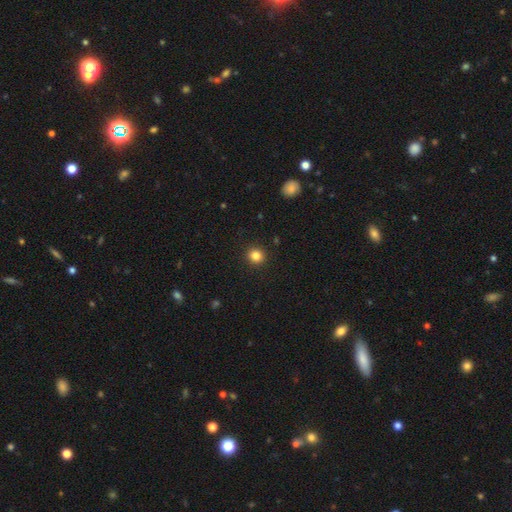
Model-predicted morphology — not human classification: A smooth galaxy with no disk features (84%) that is round (91%).

Vote fractions:
- Smooth or featured? smooth: 84% / star or artifact: 11% / featured or disk: 4%
- How rounded? round: 91% / in between: 8% / cigar-shaped: 1%
- Merging? none: 92% / minor disturbance: 5% / major disturbance: 2% / merger: 1%